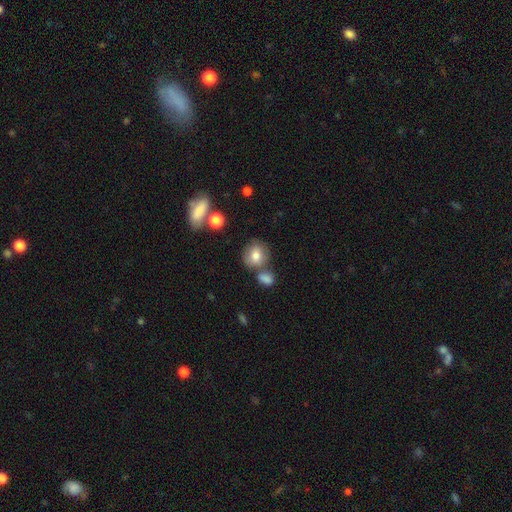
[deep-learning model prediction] The model was most divided on "merging": none: 61%, merger: 19%, minor disturbance: 15%, major disturbance: 5%. More confident: smooth or featured — smooth (78%); how rounded — round (72%).